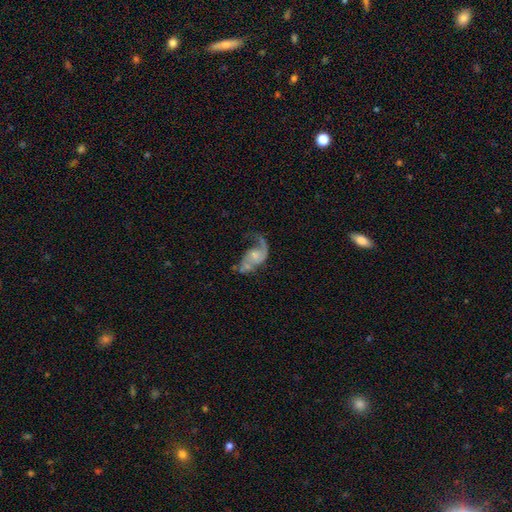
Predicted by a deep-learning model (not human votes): The model was most divided on "bulge size": small: 38%, moderate: 35%, none: 19%, large: 6%, dominant: 2%. Remaining: edge-on disk — no (97%); spiral arms — yes (89%); smooth or featured — featured or disk (78%); bar — no (63%); spiral winding — loose (60%); spiral arm count — 2 (56%); merging — major disturbance (35%).